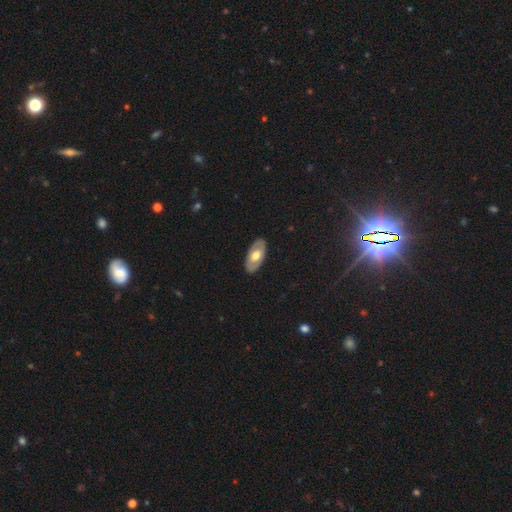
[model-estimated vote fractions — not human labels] The model was most divided on "smooth or featured": smooth: 54%, featured or disk: 41%, star or artifact: 5%. More confident: how rounded — in between (93%); merging — none (88%).